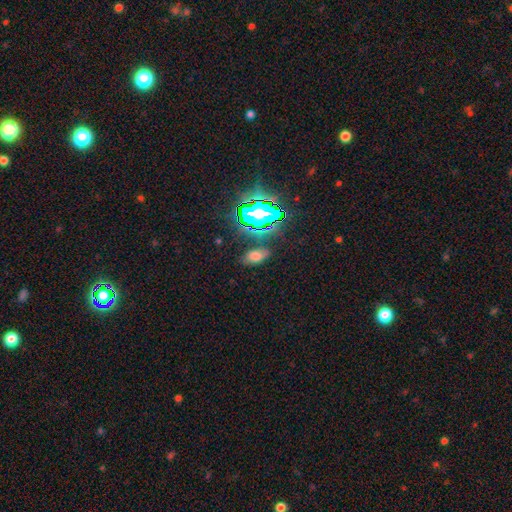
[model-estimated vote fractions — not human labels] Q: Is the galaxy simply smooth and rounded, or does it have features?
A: smooth — 60%.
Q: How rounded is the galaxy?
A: in between — 88%.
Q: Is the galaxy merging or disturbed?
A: none — 79%.